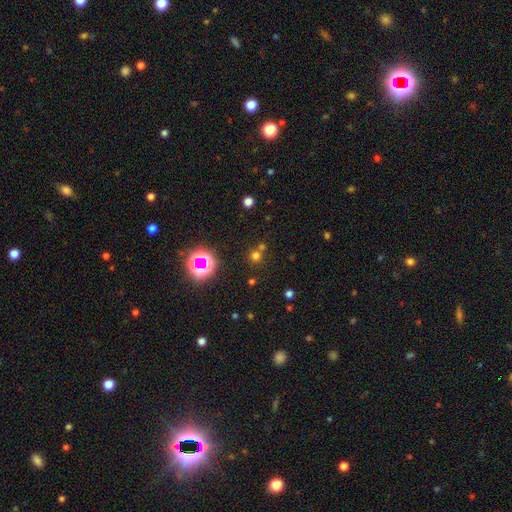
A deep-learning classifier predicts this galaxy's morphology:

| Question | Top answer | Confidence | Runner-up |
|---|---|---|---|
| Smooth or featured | smooth | 59% | star or artifact (33%) |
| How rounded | round | 92% | in between (7%) |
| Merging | none | 68% | merger (22%) |